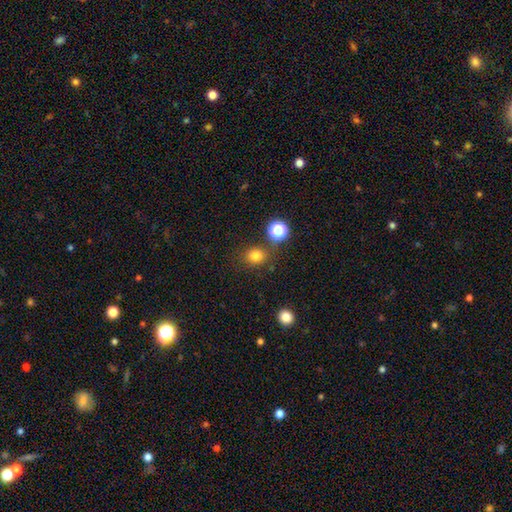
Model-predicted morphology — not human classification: smooth-or-featured: smooth: 78% | star or artifact: 16% | featured or disk: 6%
  how-rounded: round: 74% | in between: 25% | cigar-shaped: 1%
  merging: none: 79% | minor disturbance: 11% | merger: 7% | major disturbance: 4%